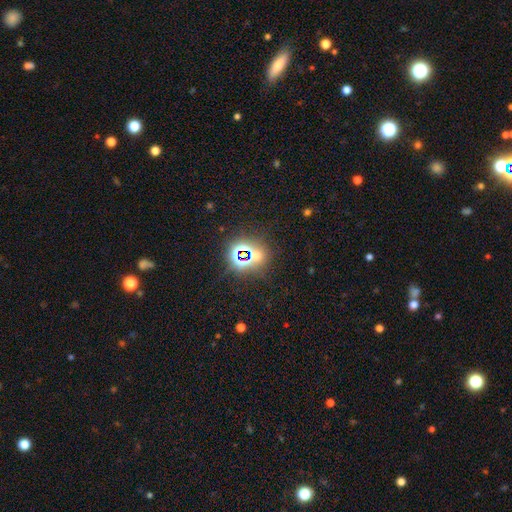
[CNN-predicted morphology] A star or artifact, not a galaxy (66%).

Vote fractions:
- Smooth or featured? star or artifact: 66% / smooth: 25% / featured or disk: 9%